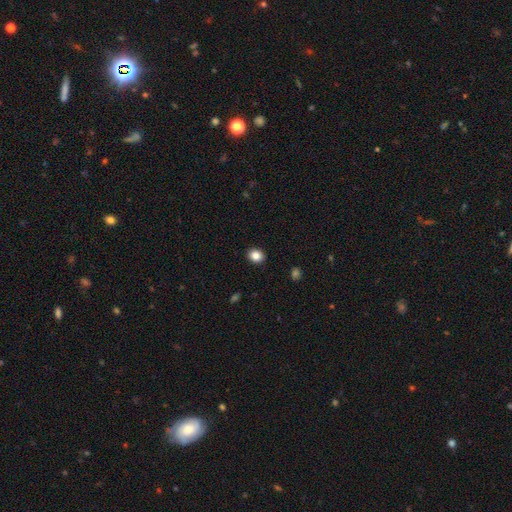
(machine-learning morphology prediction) smooth-or-featured: smooth: 85% | star or artifact: 10% | featured or disk: 5%
  how-rounded: round: 60% | in between: 39% | cigar-shaped: 1%
  merging: none: 91% | minor disturbance: 6% | major disturbance: 2% | merger: 1%